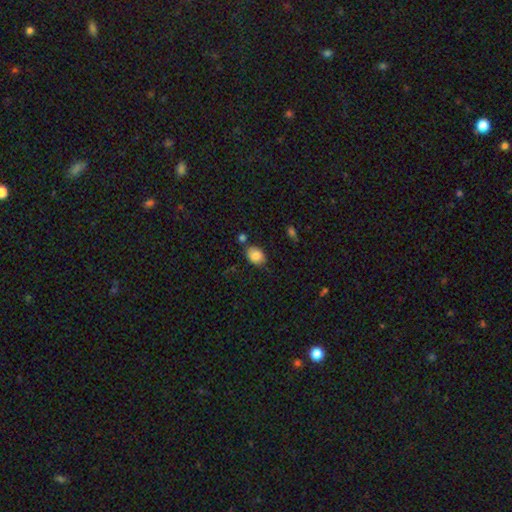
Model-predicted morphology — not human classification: Overall: smooth (84%). How rounded: in between (77%). Merging: none (72%).